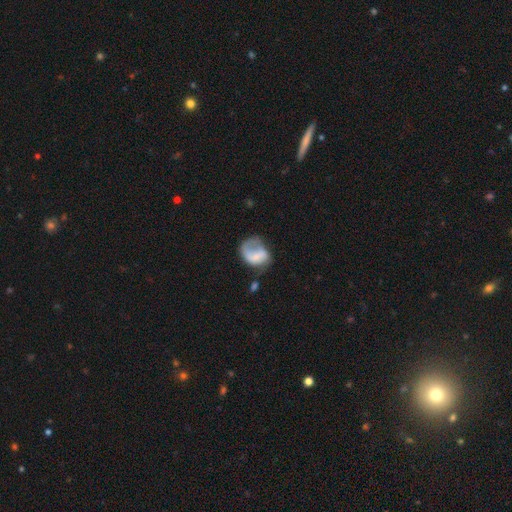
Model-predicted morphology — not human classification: type=smooth (51%); roundness=in between (55%); merging=major disturbance (41%).